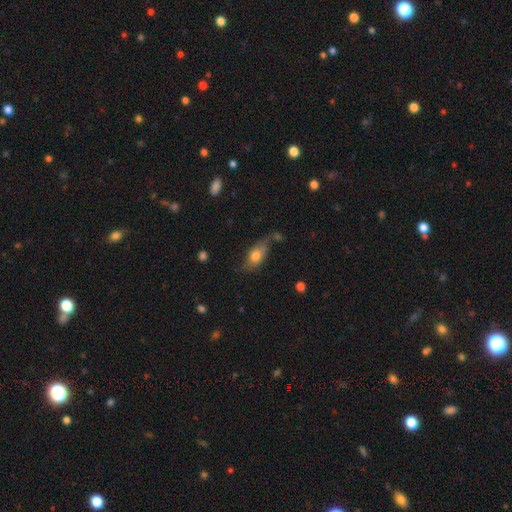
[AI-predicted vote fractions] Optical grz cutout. It shows a smooth galaxy with no disk features (64%) that is in between round and cigar-shaped (82%). Merging: none (50%).